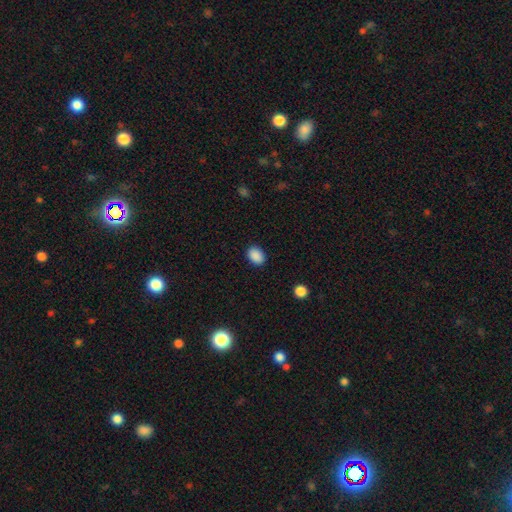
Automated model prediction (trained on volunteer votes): A smooth galaxy with no disk features (89%) that is in between round and cigar-shaped (74%).

Vote fractions:
- Smooth or featured? smooth: 89% / star or artifact: 9% / featured or disk: 2%
- How rounded? in between: 74% / round: 25% / cigar-shaped: 1%
- Merging? none: 88% / minor disturbance: 8% / major disturbance: 2% / merger: 1%